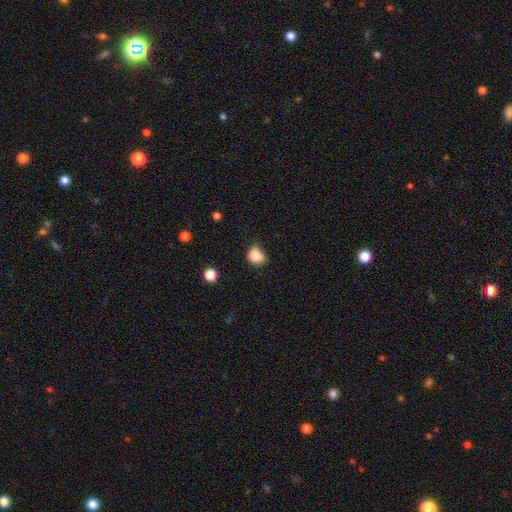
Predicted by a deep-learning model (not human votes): A smooth galaxy with no disk features (84%) that is round (59%). Merging: none (46%).